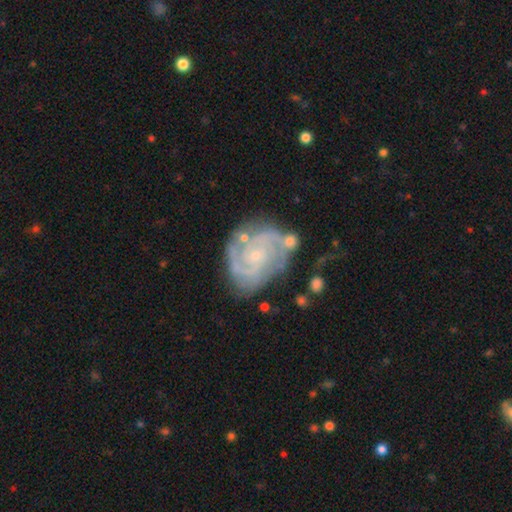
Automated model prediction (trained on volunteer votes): The model was most divided on "spiral arm count": 2: 41%, 3: 24%, can't tell: 18%, 4: 8%, 1: 5%, more than 4: 5%. More confident: edge-on disk — no (98%); spiral arms — yes (96%); smooth or featured — featured or disk (87%); bulge size — small (78%); bar — no (67%); merging — none (62%); spiral winding — tight (57%).